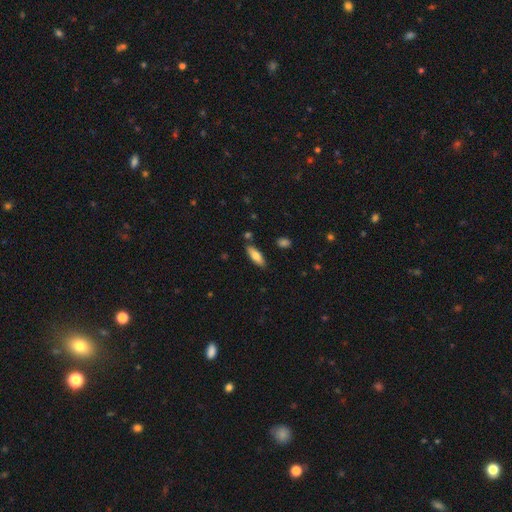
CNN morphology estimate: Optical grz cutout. It shows a smooth galaxy with no disk features (76%) that is in between round and cigar-shaped (60%). Merging: none (83%).